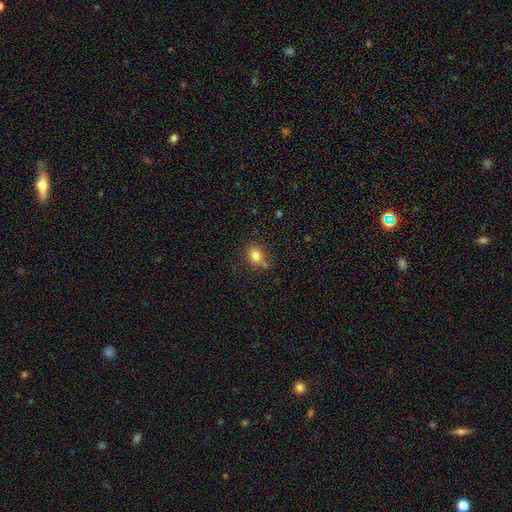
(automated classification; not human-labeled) This is clearly a smooth galaxy (82%). How rounded: possibly round (59%). Merging: likely none (71%).